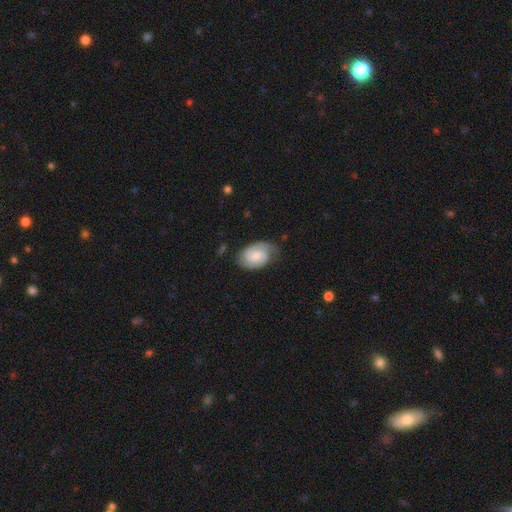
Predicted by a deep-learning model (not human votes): Overall: featured or disk (69%). Edge-on disk: no (97%). Bar: no (48%; weak 44%). Spiral arms: yes (95%). Spiral arm count: 2 (80%). Spiral winding: tight (44%; medium 43%). Bulge size: small (38%; moderate 36%). Merging: none (71%).